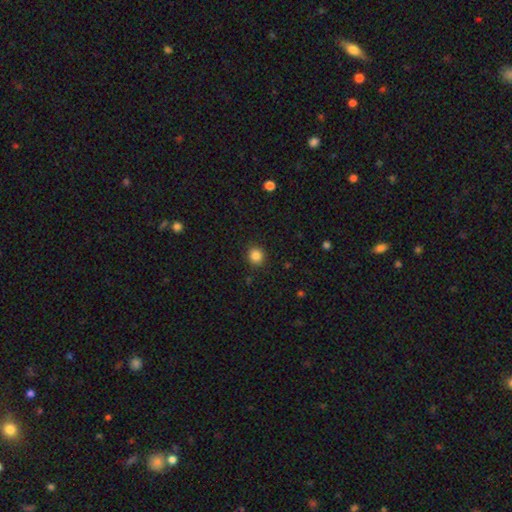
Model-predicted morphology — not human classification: Smooth or featured?
  - smooth: 86% *
  - star or artifact: 11%
  - featured or disk: 4%
How rounded?
  - round: 87% *
  - in between: 12%
  - cigar-shaped: 1%
Merging?
  - none: 91% *
  - minor disturbance: 6%
  - major disturbance: 2%
  - merger: 1%